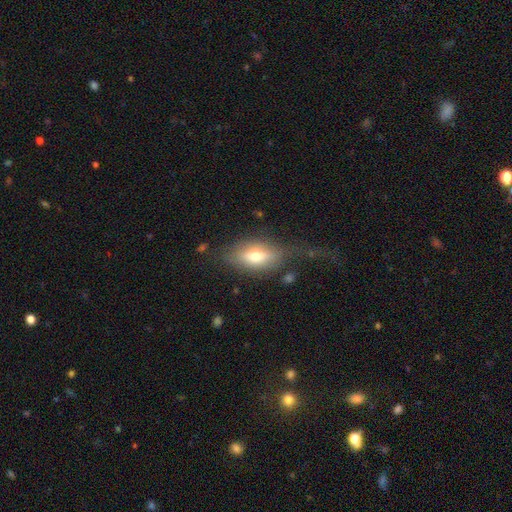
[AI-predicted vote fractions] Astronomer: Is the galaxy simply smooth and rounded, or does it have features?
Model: smooth — 58% (runner-up: featured or disk, 34%).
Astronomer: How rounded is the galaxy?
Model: in between — 82%.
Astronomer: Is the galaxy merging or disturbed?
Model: none — 56%.